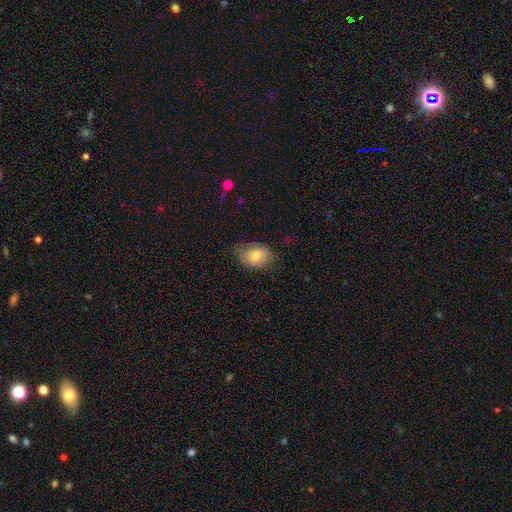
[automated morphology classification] This is likely a smooth galaxy (76%). How rounded: likely in between (75%). Merging: likely none (69%).